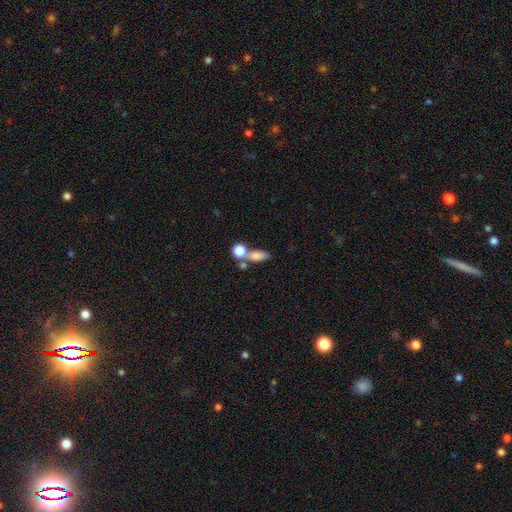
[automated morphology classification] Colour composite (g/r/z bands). It shows a smooth galaxy with no disk features (78%) that is in between round and cigar-shaped (68%). Merging: none (42%).